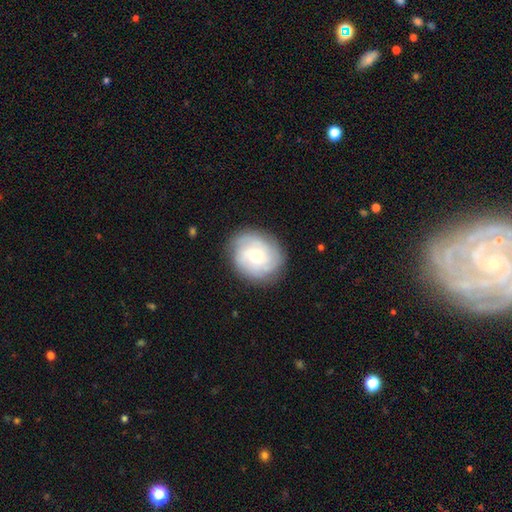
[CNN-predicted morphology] Smooth or featured: featured or disk — 56% (smooth — 37%)
Edge-on disk: no — 97% (yes — 3%)
Bar: no — 70% (weak — 26%)
Spiral arms: yes — 87% (no — 13%)
Bulge size: moderate — 57% (small — 34%)
Merging: none — 81% (minor disturbance — 14%)